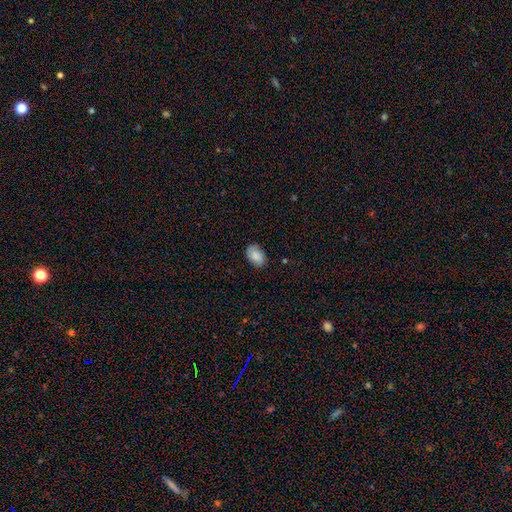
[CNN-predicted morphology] Smooth or featured: smooth — 83% (featured or disk — 10%)
How rounded: in between — 88% (round — 11%)
Merging: none — 80% (minor disturbance — 16%)